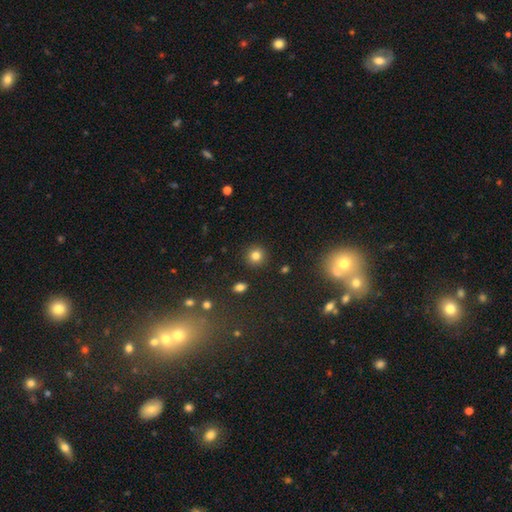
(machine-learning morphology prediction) Smooth or featured?
  - smooth: 81% *
  - star or artifact: 13%
  - featured or disk: 6%
How rounded?
  - round: 93% *
  - in between: 6%
  - cigar-shaped: 1%
Merging?
  - none: 91% *
  - minor disturbance: 5%
  - major disturbance: 2%
  - merger: 2%